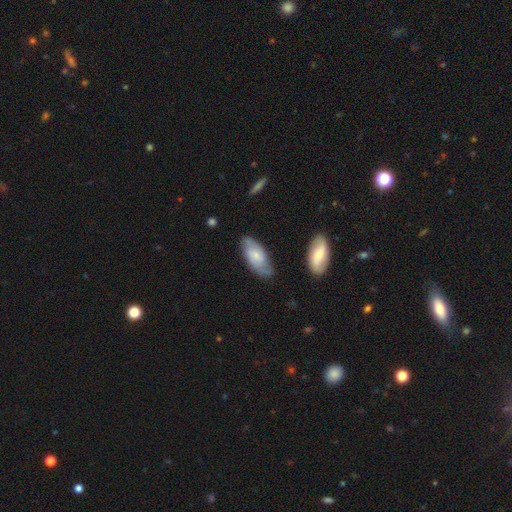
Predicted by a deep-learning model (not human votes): The model was most divided on "smooth or featured": featured or disk: 54%, smooth: 40%, star or artifact: 6%. More confident: edge-on disk — no (90%); merging — none (73%).